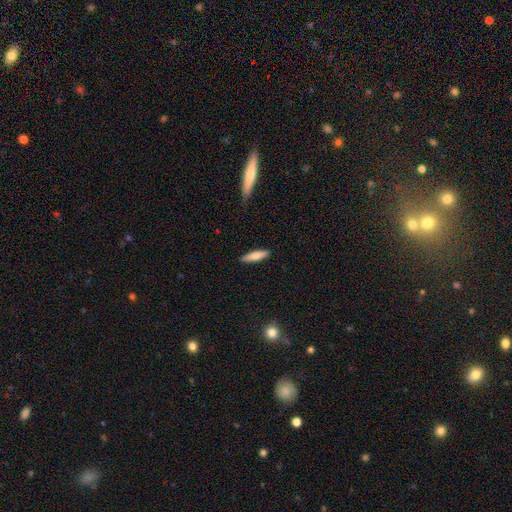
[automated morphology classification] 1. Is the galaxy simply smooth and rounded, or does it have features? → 76% smooth, 18% featured or disk, 6% star or artifact.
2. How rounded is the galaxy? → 70% cigar-shaped, 29% in between, 2% round.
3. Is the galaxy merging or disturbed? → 88% none, 9% minor disturbance, 2% major disturbance, 1% merger.